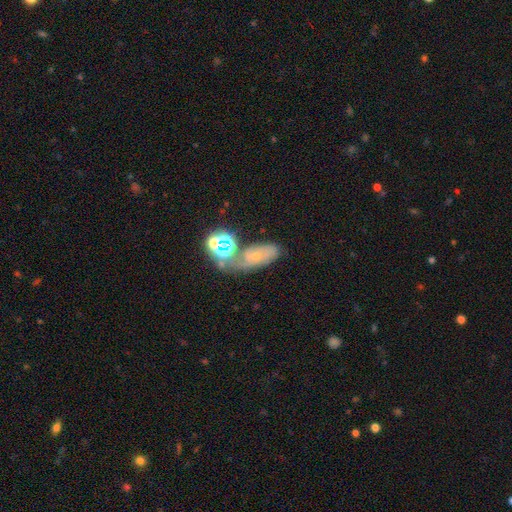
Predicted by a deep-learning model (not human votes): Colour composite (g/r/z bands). It shows a featured or disk galaxy (43%). Merging: none (43%).